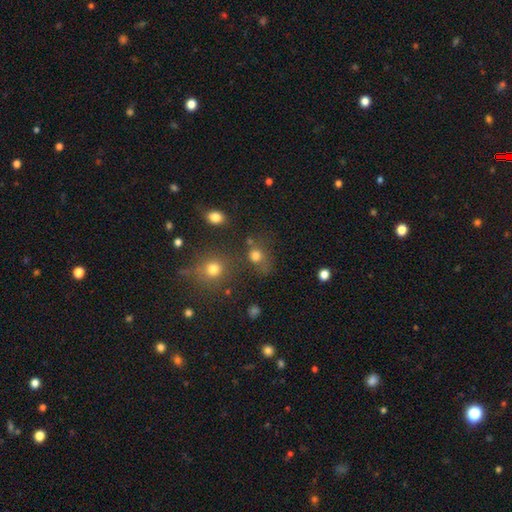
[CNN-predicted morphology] smooth-or-featured: smooth: 76% | star or artifact: 17% | featured or disk: 7%
  how-rounded: round: 77% | in between: 22% | cigar-shaped: 1%
  merging: none: 61% | merger: 16% | minor disturbance: 14% | major disturbance: 9%